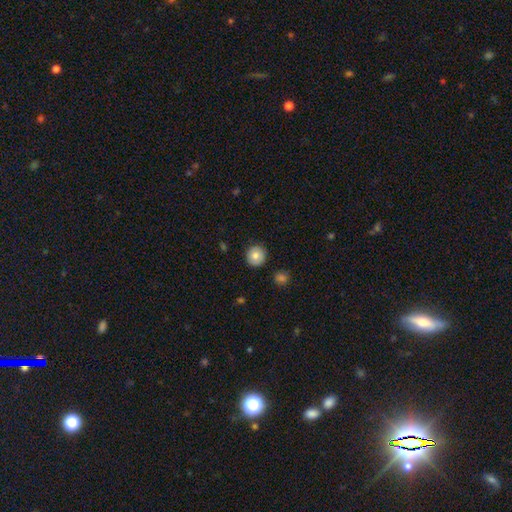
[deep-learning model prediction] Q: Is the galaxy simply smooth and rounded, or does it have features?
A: smooth — 80%.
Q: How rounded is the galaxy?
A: round — 92%.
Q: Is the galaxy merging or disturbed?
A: none — 90%.